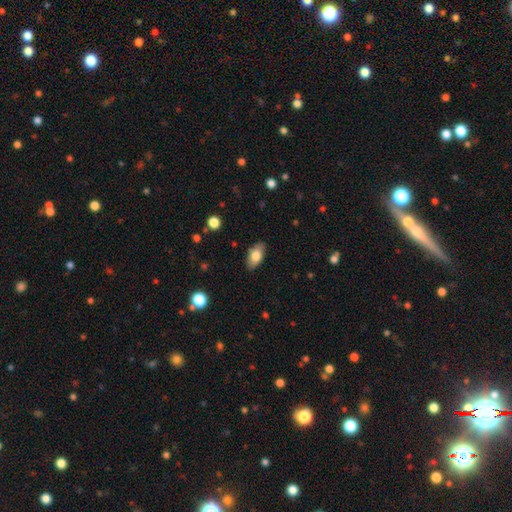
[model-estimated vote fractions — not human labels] smooth 78%, featured or disk 15%, star or artifact 7%. Down the decision tree: how rounded — in between (92%); merging — none (85%).